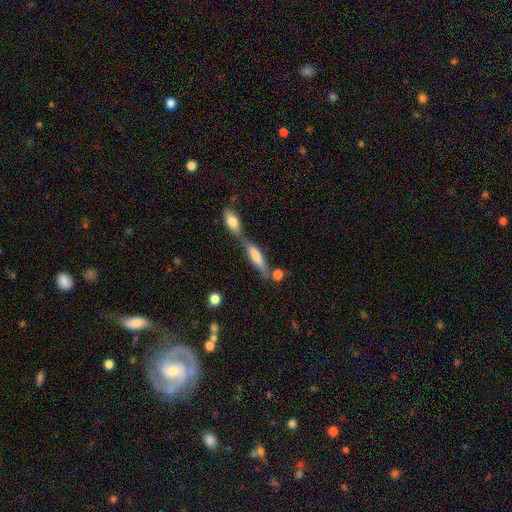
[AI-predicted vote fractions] This appears to be a smooth galaxy with no disk features (58%) that is cigar-shaped (65%). Merging: merger (51%).